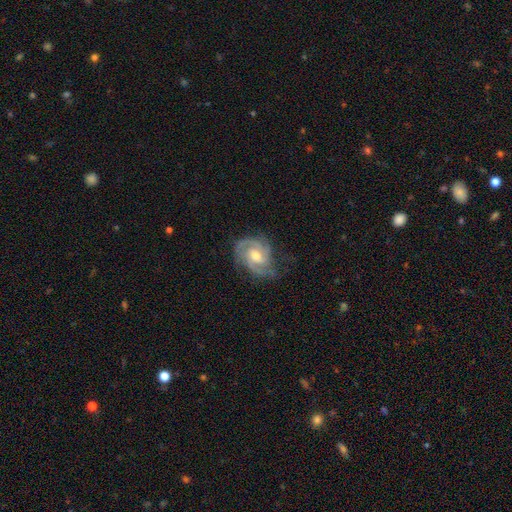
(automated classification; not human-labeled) Smooth or featured?
  - featured or disk: 87% *
  - smooth: 8%
  - star or artifact: 5%
Edge-on disk?
  - no: 98% *
  - yes: 2%
Bar?
  - weak: 46% *
  - no: 43%
  - strong: 10%
Spiral arms?
  - yes: 97% *
  - no: 3%
Spiral winding?
  - tight: 51% *
  - medium: 40%
  - loose: 9%
Spiral arm count?
  - 3: 40% *
  - 2: 35%
  - can't tell: 12%
  - 4: 6%
  - 1: 4%
  - more than 4: 3%
Bulge size?
  - moderate: 68% *
  - small: 25%
  - large: 5%
  - none: 2%
  - dominant: 1%
Merging?
  - none: 65% *
  - minor disturbance: 24%
  - major disturbance: 10%
  - merger: 1%